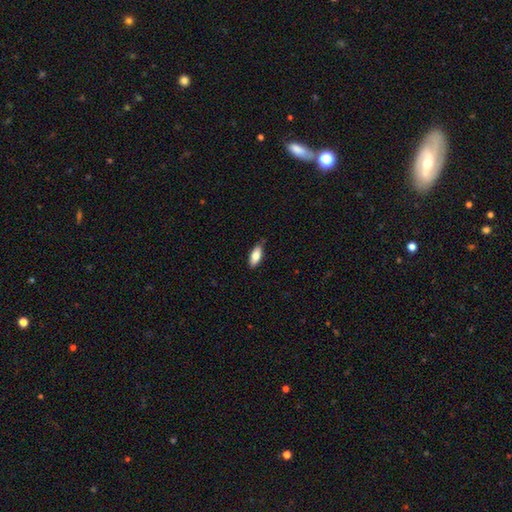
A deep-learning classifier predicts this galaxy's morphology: A smooth galaxy with no disk features (80%) that is in between round and cigar-shaped (80%). Merging: none (81%).